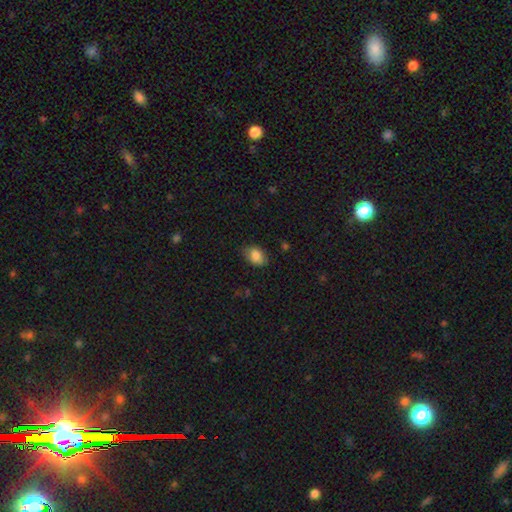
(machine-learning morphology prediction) A smooth galaxy with no disk features (85%) that is in between round and cigar-shaped (82%). Merging: none (75%).